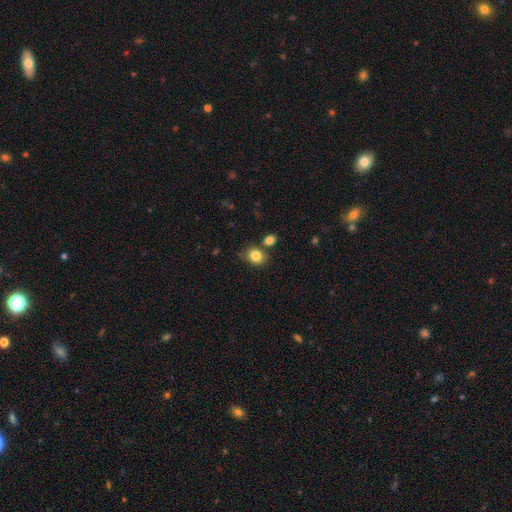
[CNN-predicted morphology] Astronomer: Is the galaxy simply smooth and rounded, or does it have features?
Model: smooth — 83%.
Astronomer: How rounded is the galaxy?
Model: round — 61% (runner-up: in between, 38%).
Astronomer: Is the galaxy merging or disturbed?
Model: none — 66%.